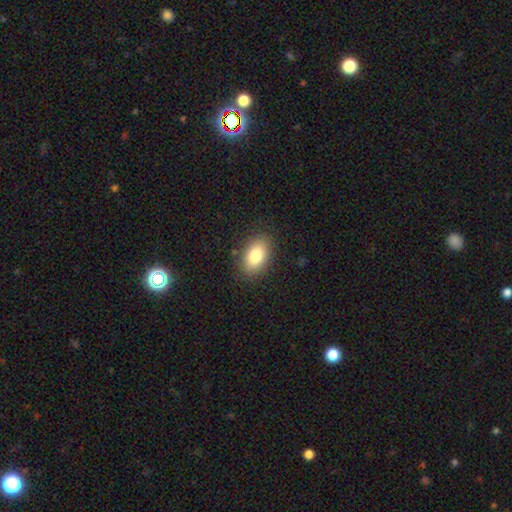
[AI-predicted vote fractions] Morphology: type=smooth (82%); roundness=in between (90%); merging=none (86%).